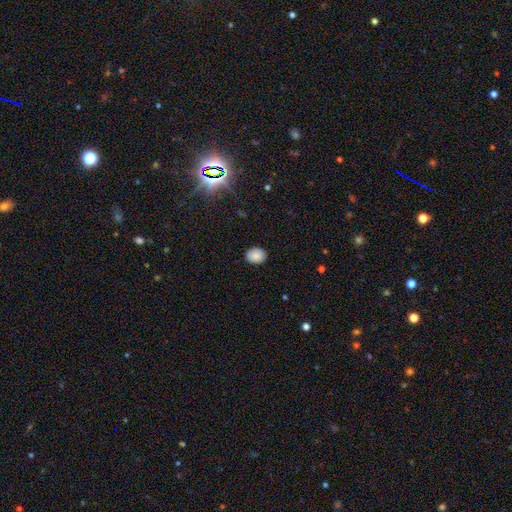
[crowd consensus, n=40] smooth 95%, featured or disk 2%, star or artifact 2%. Down the decision tree: how rounded — in between (63%); merging — none (97%).